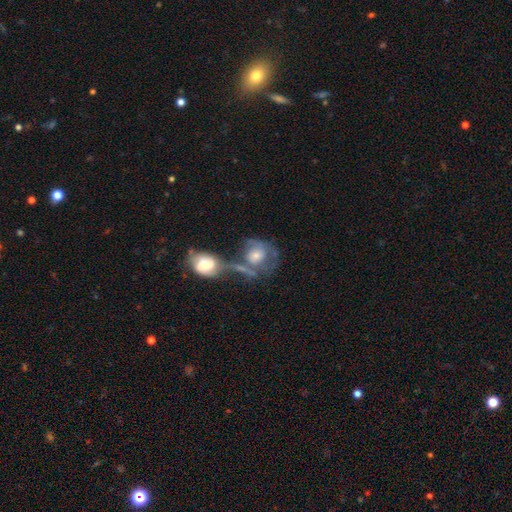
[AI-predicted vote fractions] Q: Smooth or featured?
A: featured or disk (55%); runner-up: smooth (37%)
Q: Edge-on disk?
A: no (94%); runner-up: yes (6%)
Q: Bar?
A: no (77%); runner-up: weak (18%)
Q: Spiral arms?
A: yes (55%); runner-up: no (45%)
Q: Bulge size?
A: moderate (50%); runner-up: small (25%)
Q: Merging?
A: merger (61%); runner-up: none (16%)